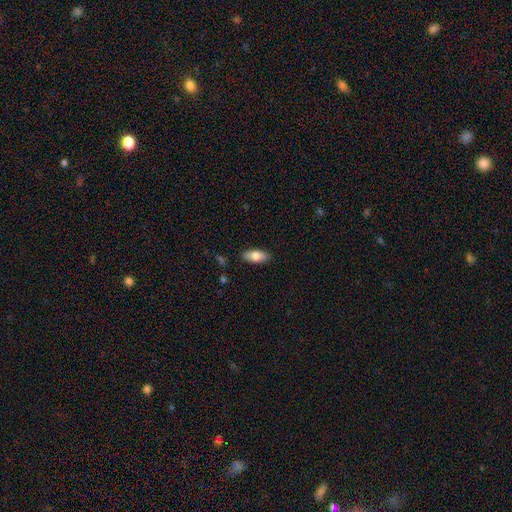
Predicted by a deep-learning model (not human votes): smooth 77%, featured or disk 16%, star or artifact 6%. Down the decision tree: how rounded — in between (83%); merging — none (87%).